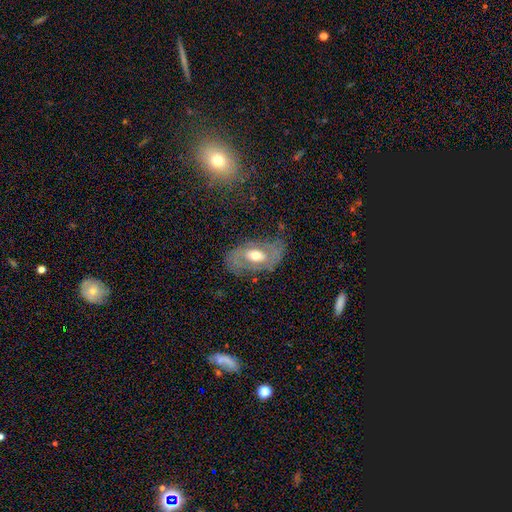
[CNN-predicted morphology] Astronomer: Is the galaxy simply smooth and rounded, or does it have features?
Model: featured or disk — 62%.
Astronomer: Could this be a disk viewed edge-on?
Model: no — 90%.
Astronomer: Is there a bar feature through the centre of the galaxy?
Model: no — 57%.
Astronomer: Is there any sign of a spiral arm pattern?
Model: yes — 55% (runner-up: no, 45%).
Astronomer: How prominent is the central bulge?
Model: moderate — 72%.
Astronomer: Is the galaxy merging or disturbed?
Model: none — 63%.